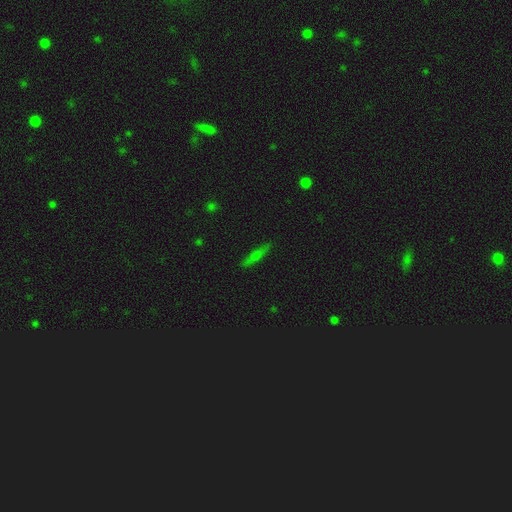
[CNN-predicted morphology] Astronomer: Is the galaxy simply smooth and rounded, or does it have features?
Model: smooth — 49% (runner-up: featured or disk, 38%).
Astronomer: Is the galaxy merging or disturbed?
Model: none — 87%.